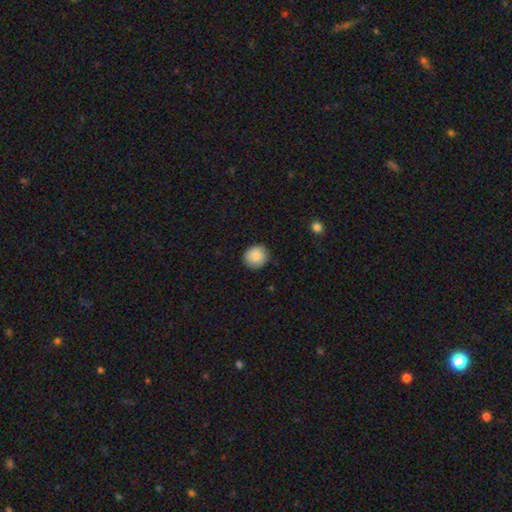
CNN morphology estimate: Smooth or featured: smooth — 88% (star or artifact — 7%)
How rounded: round — 87% (in between — 12%)
Merging: none — 88% (minor disturbance — 9%)